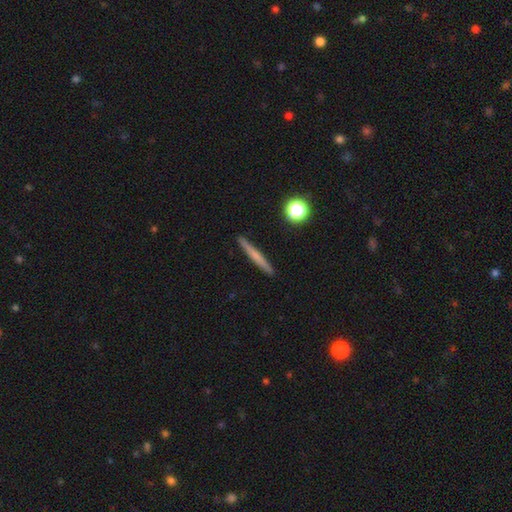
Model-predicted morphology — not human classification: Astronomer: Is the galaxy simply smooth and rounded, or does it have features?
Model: smooth — 52% (runner-up: featured or disk, 41%).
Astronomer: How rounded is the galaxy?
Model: cigar-shaped — 95%.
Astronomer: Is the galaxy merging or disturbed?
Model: none — 91%.